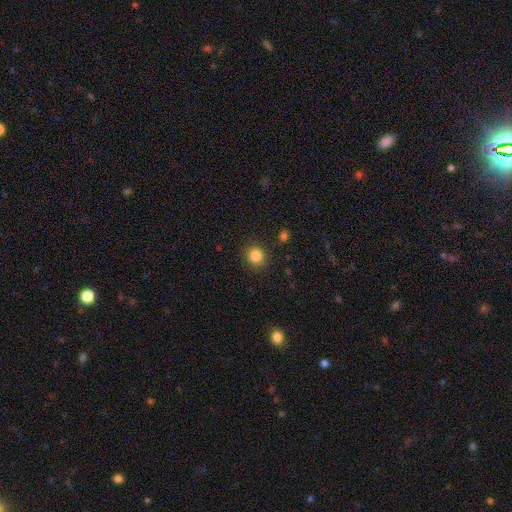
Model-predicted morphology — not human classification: This is clearly a smooth galaxy (84%). How rounded: clearly round (85%). Merging: clearly none (90%).